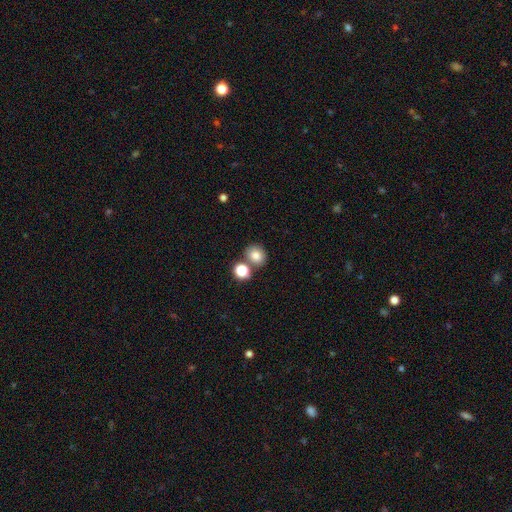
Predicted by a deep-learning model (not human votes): smooth-or-featured: smooth: 81% | star or artifact: 12% | featured or disk: 7%
  how-rounded: round: 71% | in between: 28% | cigar-shaped: 1%
  merging: none: 67% | merger: 21% | minor disturbance: 9% | major disturbance: 3%